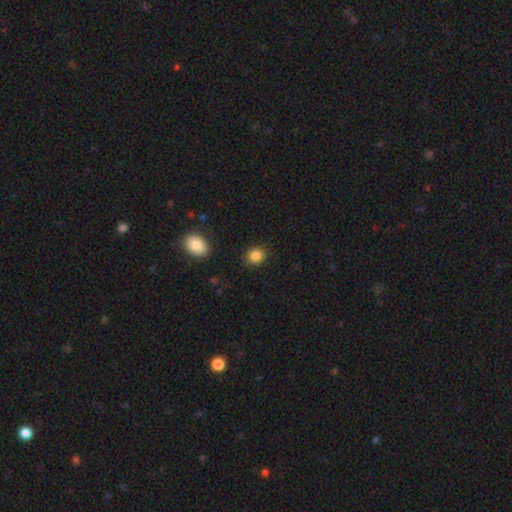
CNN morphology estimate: Smooth or featured?
  - smooth: 86% *
  - star or artifact: 10%
  - featured or disk: 4%
How rounded?
  - round: 73% *
  - in between: 26%
  - cigar-shaped: 1%
Merging?
  - none: 88% *
  - minor disturbance: 8%
  - major disturbance: 2%
  - merger: 2%